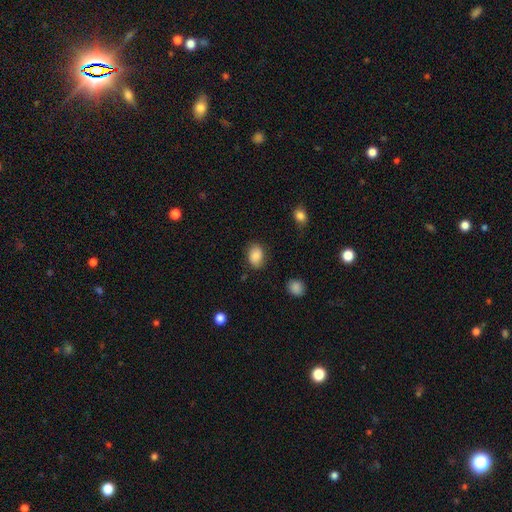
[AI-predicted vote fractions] smooth 87%, star or artifact 8%, featured or disk 5%. Down the decision tree: how rounded — in between (75%); merging — none (81%).